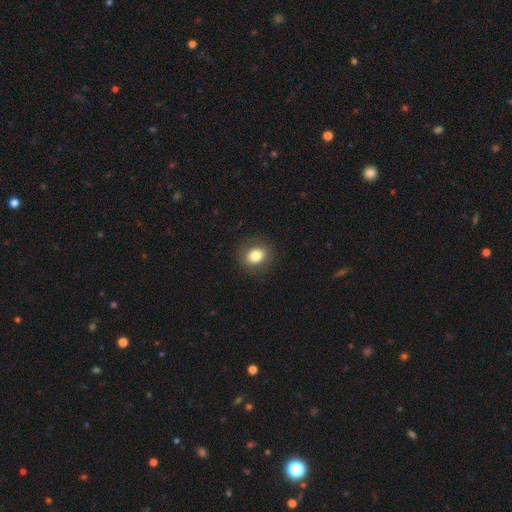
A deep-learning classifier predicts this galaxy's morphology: smooth 80%, featured or disk 10%, star or artifact 10%. Down the decision tree: how rounded — round (67%); merging — none (87%).